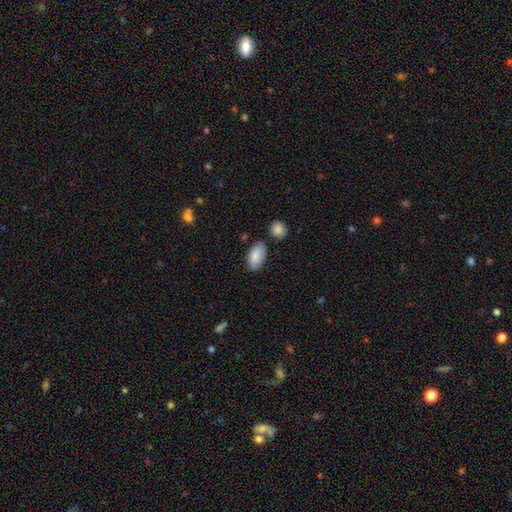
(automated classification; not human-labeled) Smooth or featured?
  - smooth: 85% *
  - featured or disk: 8%
  - star or artifact: 6%
How rounded?
  - in between: 94% *
  - round: 3%
  - cigar-shaped: 3%
Merging?
  - none: 74% *
  - minor disturbance: 17%
  - merger: 5%
  - major disturbance: 3%